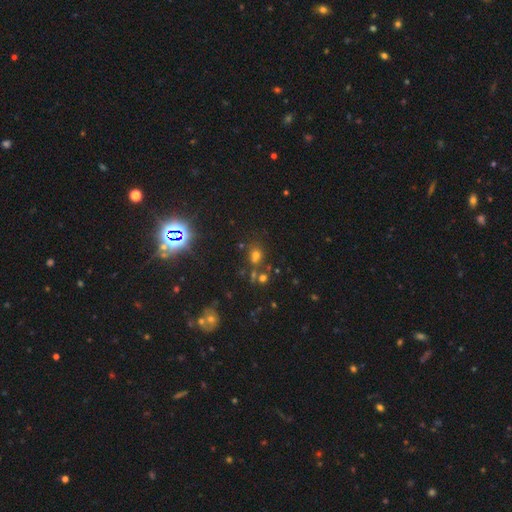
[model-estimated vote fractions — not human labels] Smooth or featured?
  - smooth: 48% *
  - star or artifact: 43%
  - featured or disk: 10%
Merging?
  - none: 64% *
  - merger: 19%
  - minor disturbance: 12%
  - major disturbance: 5%